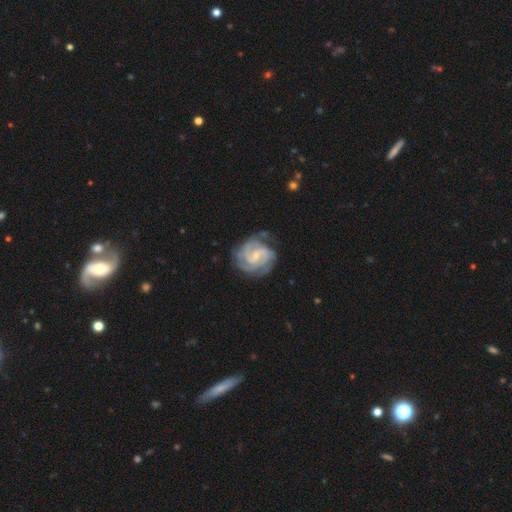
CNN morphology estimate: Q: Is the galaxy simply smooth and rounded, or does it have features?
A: featured or disk — 90%.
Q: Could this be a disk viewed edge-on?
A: no — 98%.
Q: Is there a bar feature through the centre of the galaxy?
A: weak — 50%.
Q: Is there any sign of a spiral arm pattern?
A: yes — 98%.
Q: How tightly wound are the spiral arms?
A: tight — 65%.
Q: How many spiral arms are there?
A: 3 — 34%.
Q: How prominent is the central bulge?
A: small — 67%.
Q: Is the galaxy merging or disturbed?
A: none — 70%.